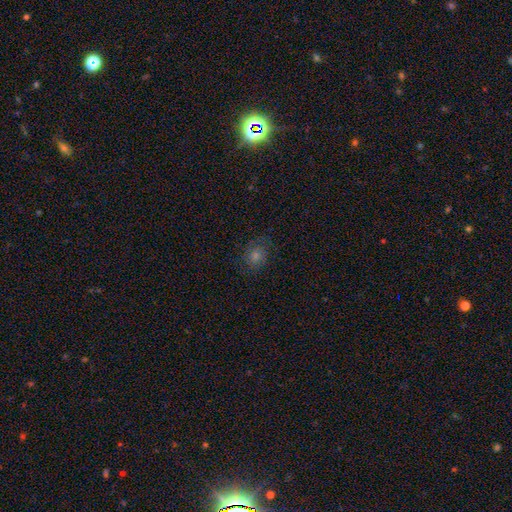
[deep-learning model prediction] A smooth galaxy with no disk features (48%).

Vote fractions:
- Smooth or featured? smooth: 48% / star or artifact: 27% / featured or disk: 26%
- Merging? none: 77% / minor disturbance: 16% / major disturbance: 7% / merger: 1%